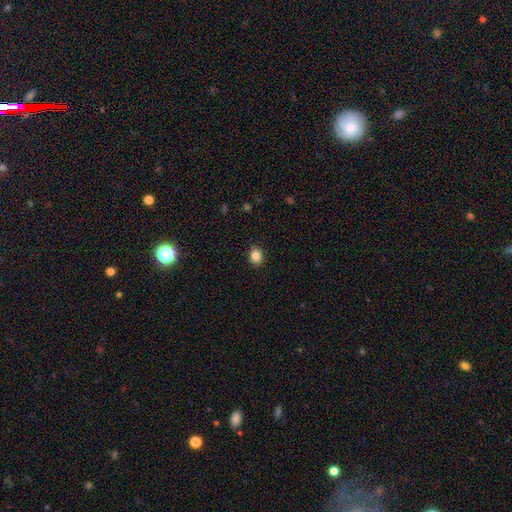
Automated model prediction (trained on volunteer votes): smooth_or_featured: smooth (p=0.86) [alt: star or artifact p=0.10]
how_rounded: round (p=0.53) [alt: in between p=0.46]
merging: none (p=0.89) [alt: minor disturbance p=0.07]